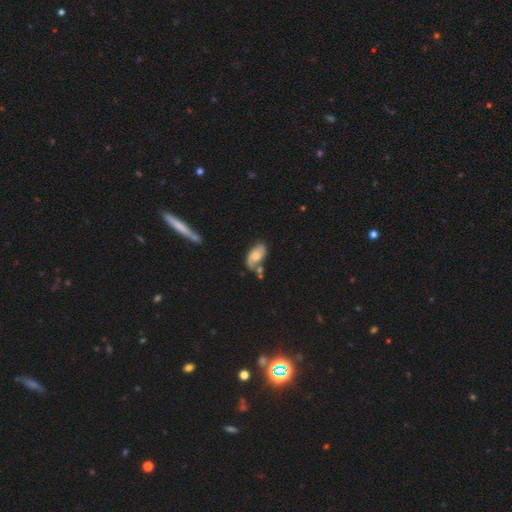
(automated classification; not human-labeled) smooth-or-featured: smooth: 54% | featured or disk: 38% | star or artifact: 7%
  how-rounded: in between: 92% | cigar-shaped: 4% | round: 4%
  merging: none: 52% | minor disturbance: 24% | merger: 16% | major disturbance: 8%